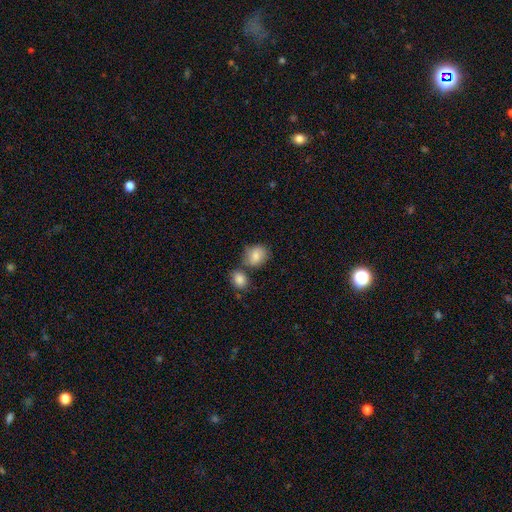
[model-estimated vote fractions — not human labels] smooth 81%, featured or disk 12%, star or artifact 8%. Down the decision tree: how rounded — round (61%); merging — none (58%).